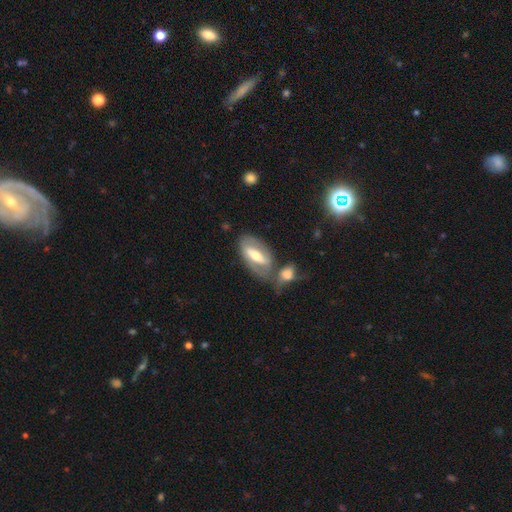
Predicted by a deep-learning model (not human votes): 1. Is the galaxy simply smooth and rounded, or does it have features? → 61% featured or disk, 33% smooth, 6% star or artifact.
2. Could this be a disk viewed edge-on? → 81% no, 19% yes.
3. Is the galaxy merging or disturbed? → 50% none, 24% merger, 16% minor disturbance, 9% major disturbance.